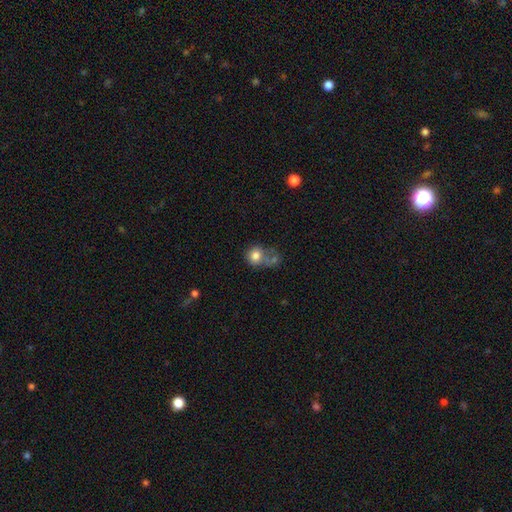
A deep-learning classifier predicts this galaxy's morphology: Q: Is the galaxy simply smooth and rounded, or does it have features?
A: smooth — 77%.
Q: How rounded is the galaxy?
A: round — 72%.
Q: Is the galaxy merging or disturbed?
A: merger — 43%.